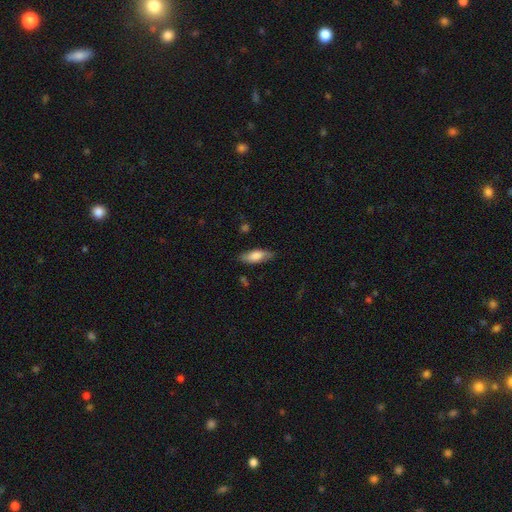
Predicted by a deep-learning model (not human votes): Q: Smooth or featured?
A: smooth (73%); runner-up: featured or disk (21%)
Q: How rounded?
A: in between (75%); runner-up: cigar-shaped (23%)
Q: Merging?
A: none (79%); runner-up: minor disturbance (16%)